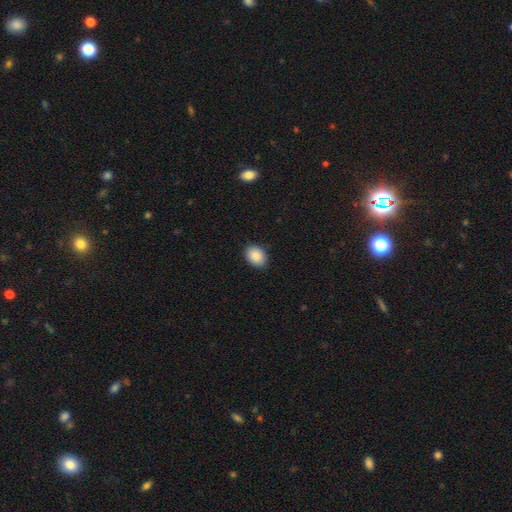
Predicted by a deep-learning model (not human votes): Morphology: type=smooth (89%); roundness=in between (71%); merging=none (88%).